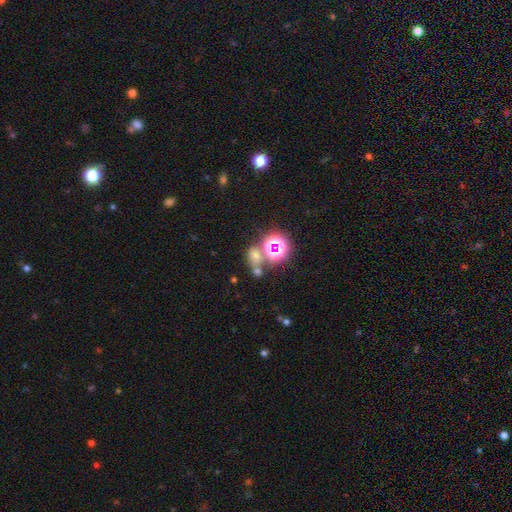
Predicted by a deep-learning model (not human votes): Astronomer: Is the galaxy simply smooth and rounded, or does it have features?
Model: smooth — 50% (runner-up: star or artifact, 40%).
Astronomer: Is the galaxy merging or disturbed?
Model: none — 53% (runner-up: merger, 30%).